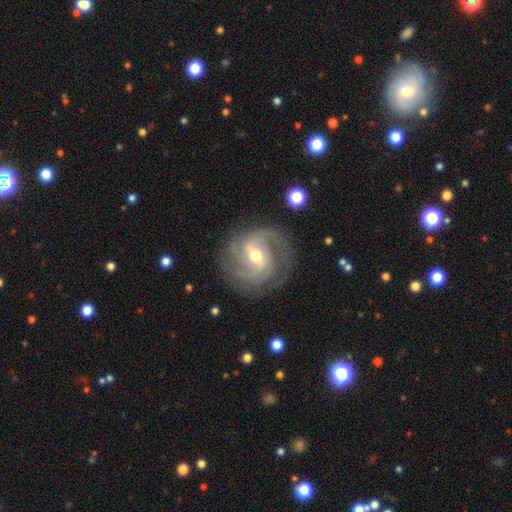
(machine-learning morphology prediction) The model was most divided on "spiral winding": tight: 46%, medium: 43%, loose: 11%. Remaining: edge-on disk — no (97%); spiral arms — yes (97%); smooth or featured — featured or disk (88%); merging — none (80%); spiral arm count — 2 (61%); bulge size — moderate (57%); bar — weak (49%).